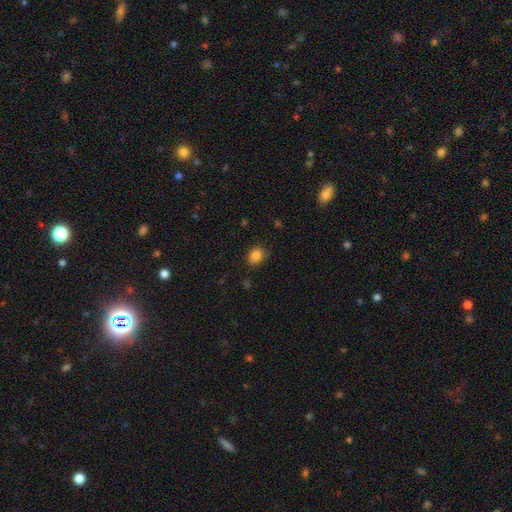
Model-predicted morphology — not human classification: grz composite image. It shows a smooth galaxy with no disk features (86%) that is in between round and cigar-shaped (58%). Merging: none (80%).